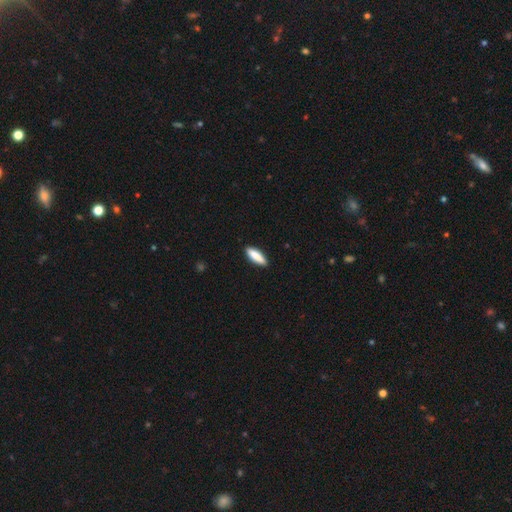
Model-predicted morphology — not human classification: The model was most divided on "how rounded": cigar-shaped: 56%, in between: 42%, round: 2%. More confident: merging — none (89%); smooth or featured — smooth (85%).